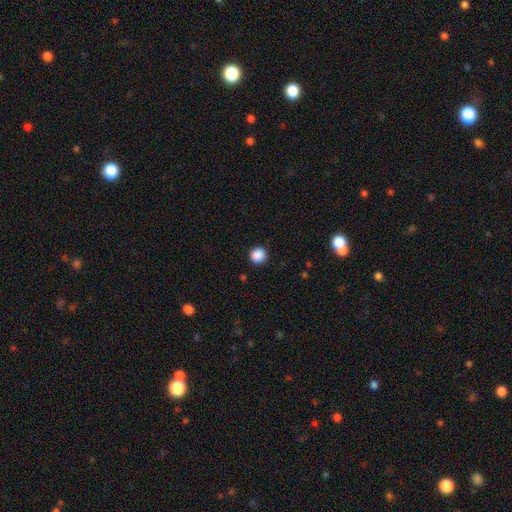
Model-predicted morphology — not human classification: Overall: smooth (88%). How rounded: round (90%). Merging: none (90%).